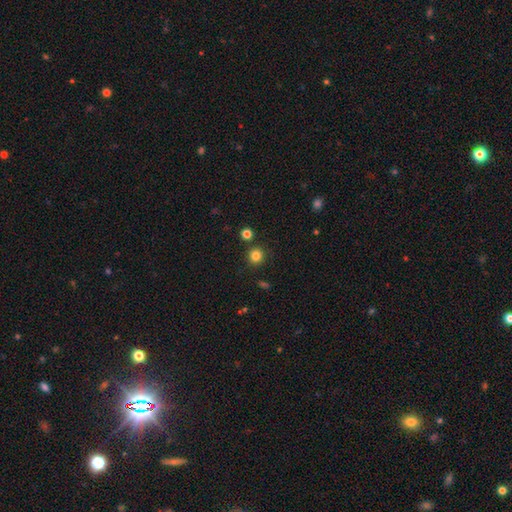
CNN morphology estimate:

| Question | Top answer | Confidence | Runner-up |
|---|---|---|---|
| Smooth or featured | smooth | 82% | star or artifact (13%) |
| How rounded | round | 92% | in between (7%) |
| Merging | none | 87% | minor disturbance (7%) |